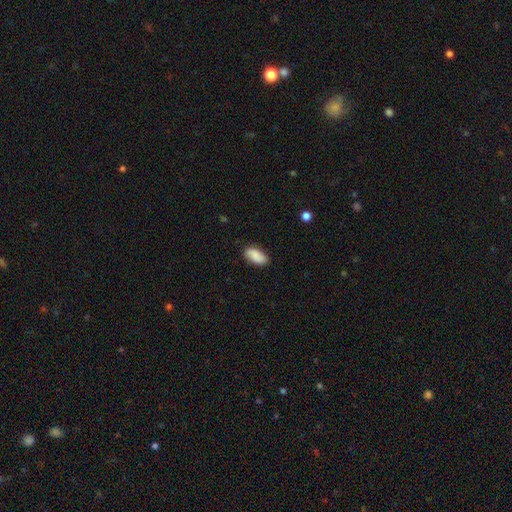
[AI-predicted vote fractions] Smooth or featured?
  - smooth: 86% *
  - featured or disk: 7%
  - star or artifact: 6%
How rounded?
  - in between: 91% *
  - cigar-shaped: 7%
  - round: 3%
Merging?
  - none: 83% *
  - minor disturbance: 13%
  - major disturbance: 3%
  - merger: 1%